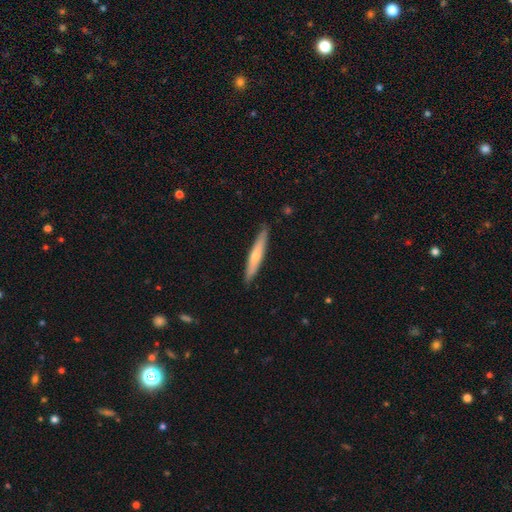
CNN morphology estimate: This appears to be a smooth galaxy with no disk features (56%) that is cigar-shaped (93%). Merging: none (88%).